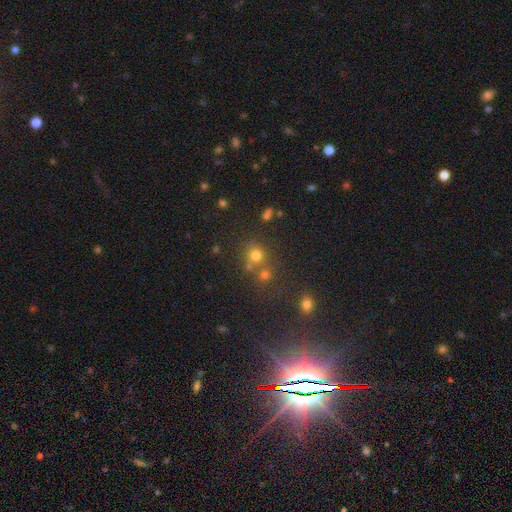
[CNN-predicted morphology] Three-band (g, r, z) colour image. It shows a smooth galaxy with no disk features (69%) that is round (86%). Merging: none (58%).